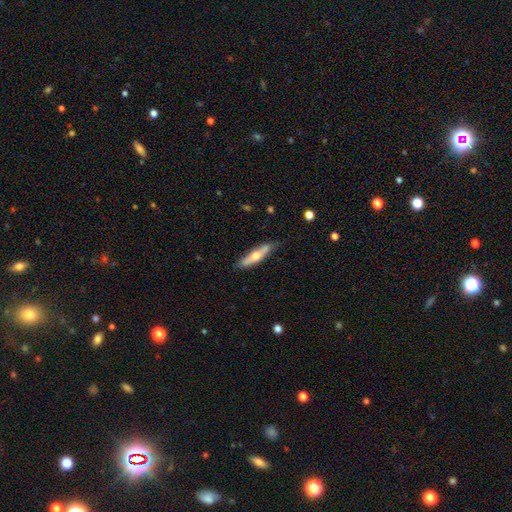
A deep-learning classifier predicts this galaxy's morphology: A smooth galaxy with no disk features (48%). Merging: none (80%).